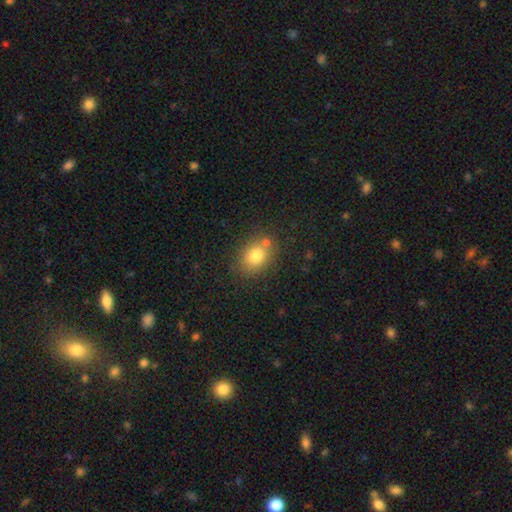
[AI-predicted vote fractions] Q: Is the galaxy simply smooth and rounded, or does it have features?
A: smooth — 80%.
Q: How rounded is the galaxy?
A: in between — 63%.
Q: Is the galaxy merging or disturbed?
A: none — 71%.